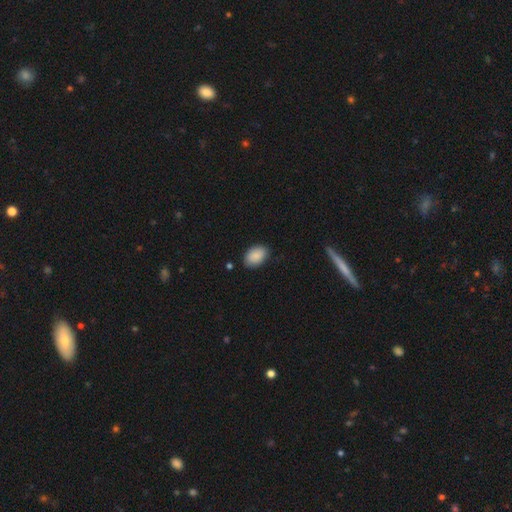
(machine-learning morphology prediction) smooth-or-featured: smooth: 89% | star or artifact: 7% | featured or disk: 5%
  how-rounded: in between: 88% | round: 11% | cigar-shaped: 1%
  merging: none: 83% | minor disturbance: 13% | major disturbance: 3% | merger: 1%